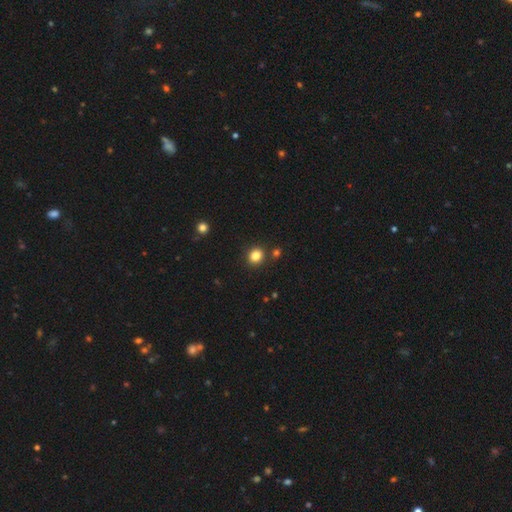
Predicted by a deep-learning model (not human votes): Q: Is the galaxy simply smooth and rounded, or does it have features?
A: smooth — 84%.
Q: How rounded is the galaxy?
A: round — 67%.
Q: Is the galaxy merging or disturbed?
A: none — 83%.